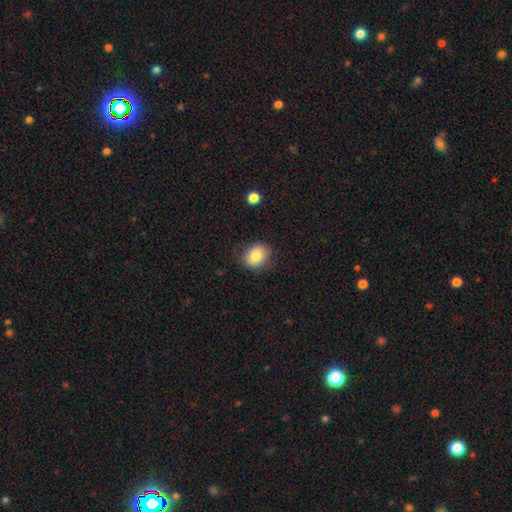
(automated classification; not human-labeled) Morphology: type=smooth (81%); roundness=round (54%); merging=none (78%).